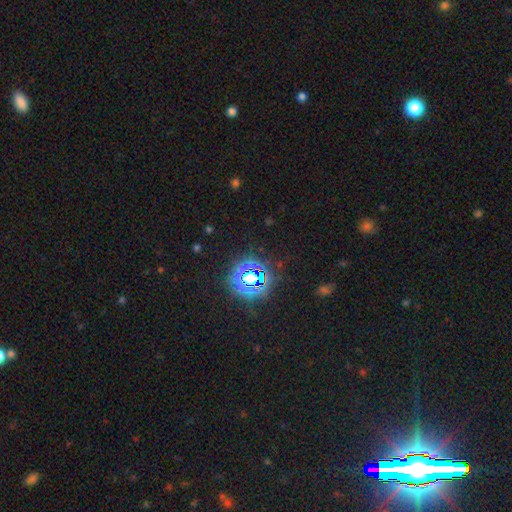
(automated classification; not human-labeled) The model was most divided on "smooth or featured": star or artifact: 76%, smooth: 17%, featured or disk: 7%.